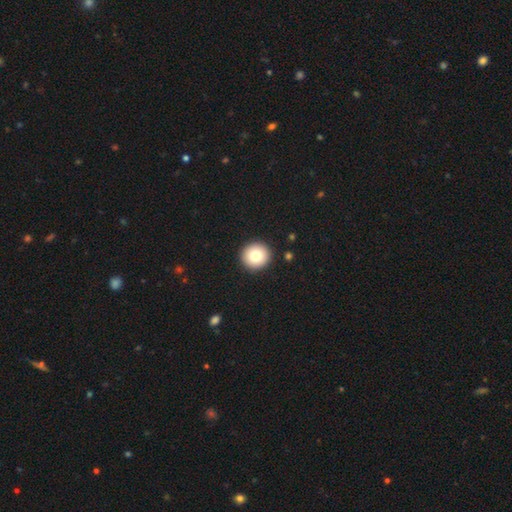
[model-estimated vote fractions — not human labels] A smooth galaxy with no disk features (78%) that is round (94%). Merging: none (93%).